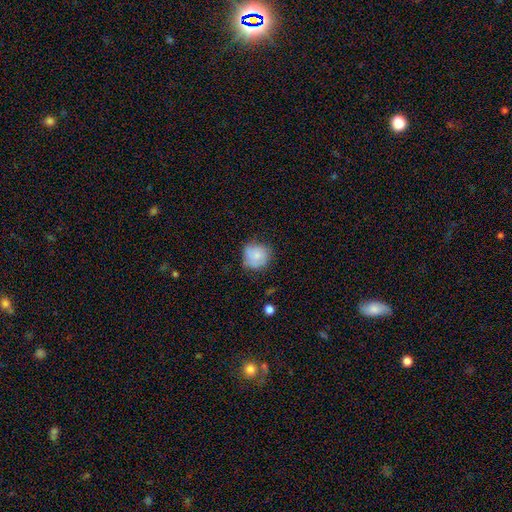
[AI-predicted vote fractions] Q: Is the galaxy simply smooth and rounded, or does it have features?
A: smooth — 73%.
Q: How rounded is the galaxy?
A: round — 84%.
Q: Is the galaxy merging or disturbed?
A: none — 59%.